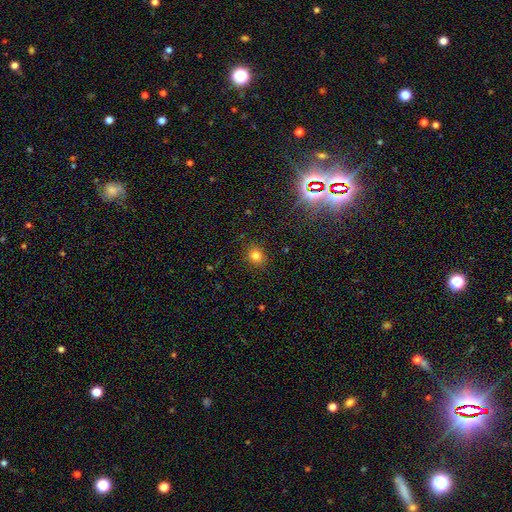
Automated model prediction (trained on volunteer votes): A smooth galaxy with no disk features (78%) that is round (69%).

Vote fractions:
- Smooth or featured? smooth: 78% / star or artifact: 15% / featured or disk: 6%
- How rounded? round: 69% / in between: 30% / cigar-shaped: 1%
- Merging? none: 87% / minor disturbance: 9% / major disturbance: 3% / merger: 1%